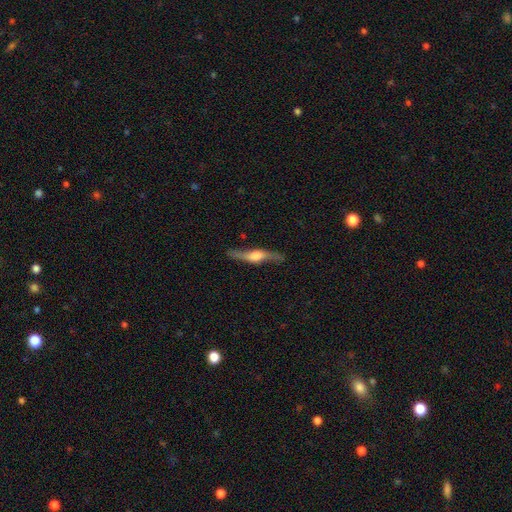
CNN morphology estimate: Smooth or featured: featured or disk — 71% (smooth — 23%)
Edge-on disk: yes — 84% (no — 16%)
Edge-on bulge: rounded — 87% (boxy — 9%)
Merging: none — 80% (minor disturbance — 14%)